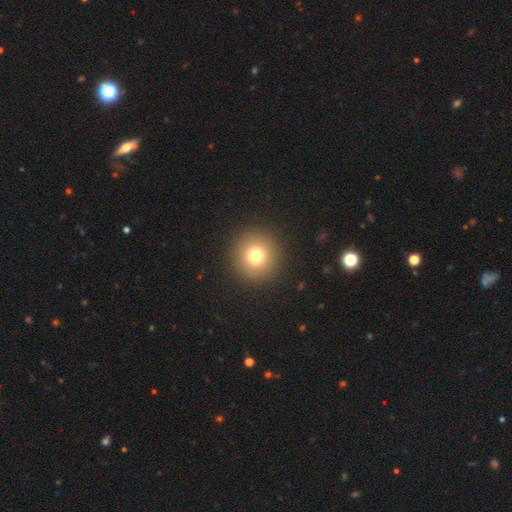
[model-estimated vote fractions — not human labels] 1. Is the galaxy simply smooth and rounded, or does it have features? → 76% smooth, 13% star or artifact, 11% featured or disk.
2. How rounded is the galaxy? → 95% round, 4% in between, 1% cigar-shaped.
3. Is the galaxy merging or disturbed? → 92% none, 5% minor disturbance, 2% major disturbance, 1% merger.